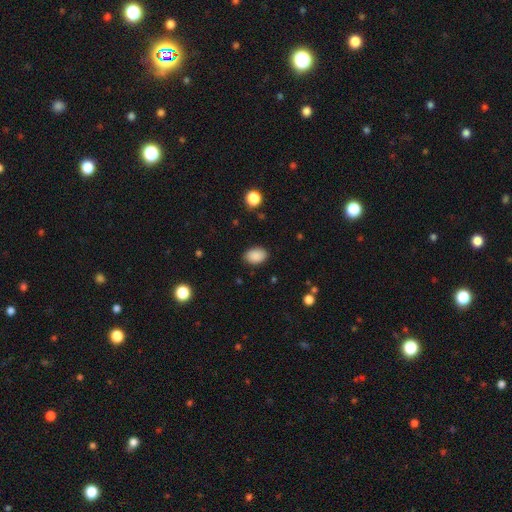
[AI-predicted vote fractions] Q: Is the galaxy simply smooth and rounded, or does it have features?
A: smooth — 89%.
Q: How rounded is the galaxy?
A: in between — 86%.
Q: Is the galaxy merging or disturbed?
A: none — 87%.